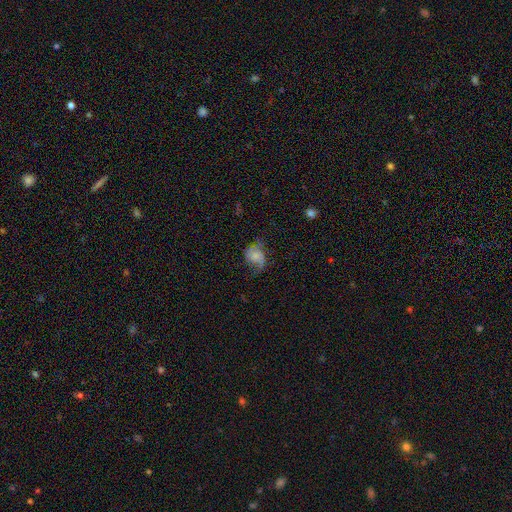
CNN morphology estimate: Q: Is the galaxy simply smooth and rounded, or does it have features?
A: featured or disk — 60%.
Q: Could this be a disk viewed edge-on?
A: no — 98%.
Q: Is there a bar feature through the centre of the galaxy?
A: no — 69%.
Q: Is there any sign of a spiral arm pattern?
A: yes — 90%.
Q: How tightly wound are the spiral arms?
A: loose — 45%.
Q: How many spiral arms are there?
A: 2 — 84%.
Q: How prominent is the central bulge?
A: small — 42%.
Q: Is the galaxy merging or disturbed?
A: none — 55%.